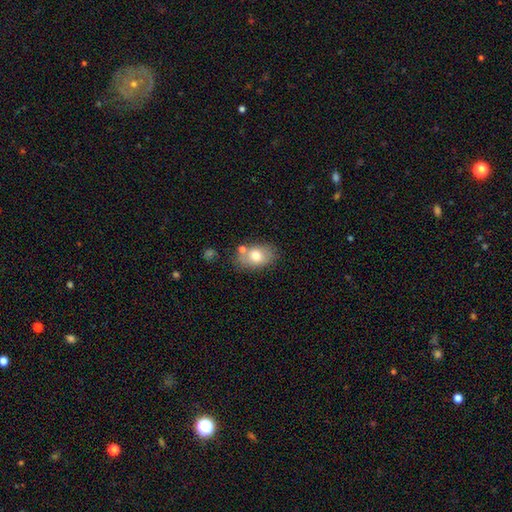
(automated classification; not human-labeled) smooth_or_featured: smooth (p=0.74) [alt: featured or disk p=0.18]
how_rounded: in between (p=0.81) [alt: round p=0.18]
merging: none (p=0.68) [alt: minor disturbance p=0.16]